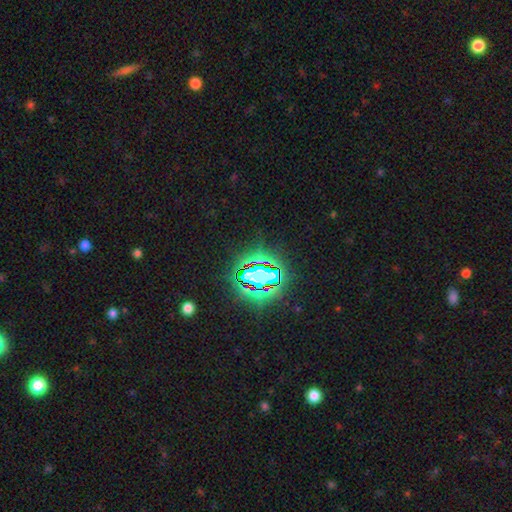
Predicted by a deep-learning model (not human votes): Smooth or featured? star or artifact (83%)